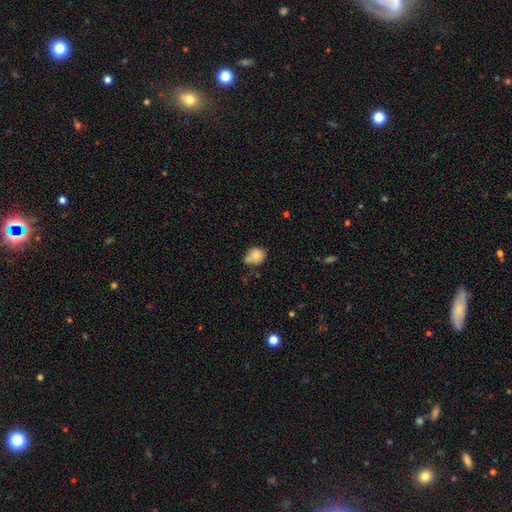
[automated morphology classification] This is likely a smooth galaxy (80%). How rounded: likely round (60%). Merging: possibly none (50%).